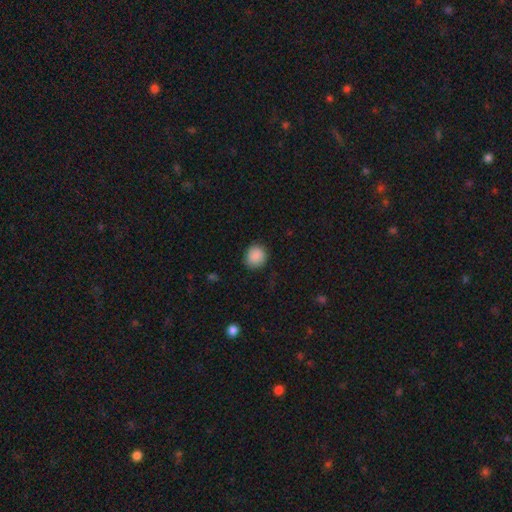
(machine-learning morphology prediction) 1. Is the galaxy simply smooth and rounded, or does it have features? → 89% smooth, 8% star or artifact, 3% featured or disk.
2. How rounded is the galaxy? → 87% round, 12% in between, 1% cigar-shaped.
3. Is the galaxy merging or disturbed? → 87% none, 9% minor disturbance, 3% major disturbance, 1% merger.